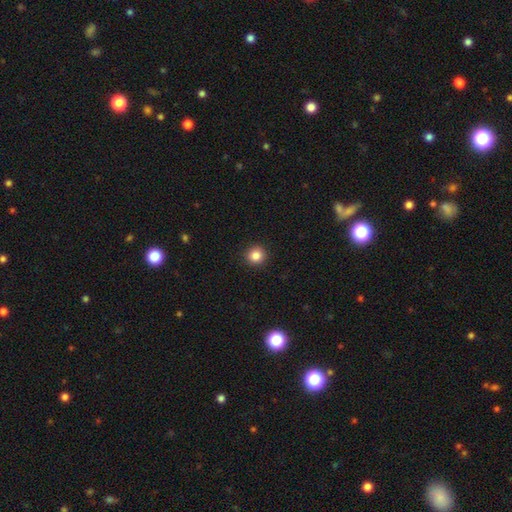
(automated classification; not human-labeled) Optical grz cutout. It shows a smooth galaxy with no disk features (85%) that is round (94%). Merging: none (92%).